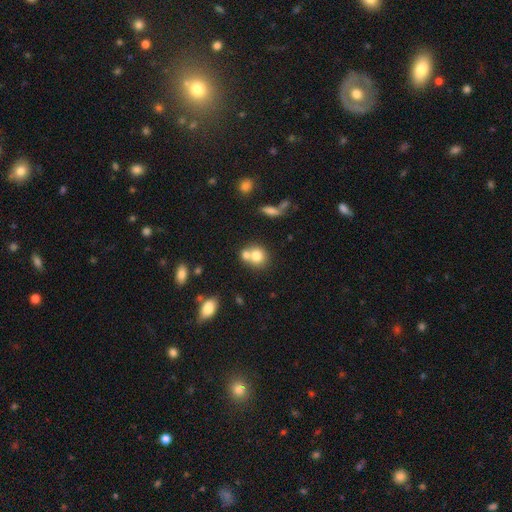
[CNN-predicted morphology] type=smooth (75%); roundness=round (76%); merging=merger (53%).